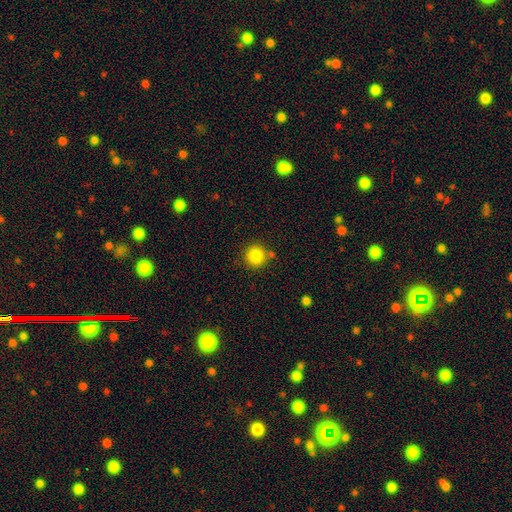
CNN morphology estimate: type=smooth (84%); roundness=round (93%); merging=none (82%).